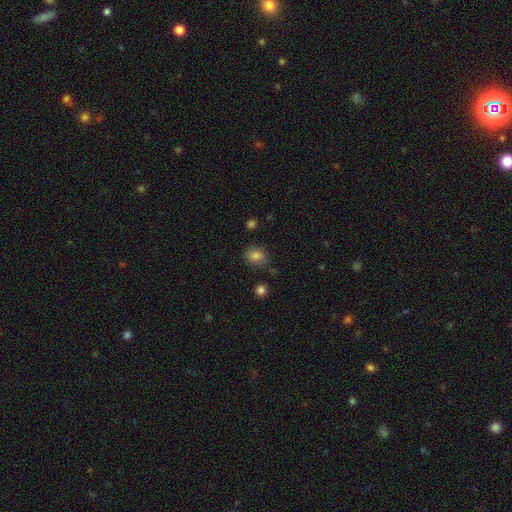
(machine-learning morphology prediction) Overall: smooth (82%). How rounded: in between (56%; round 43%). Merging: none (75%).